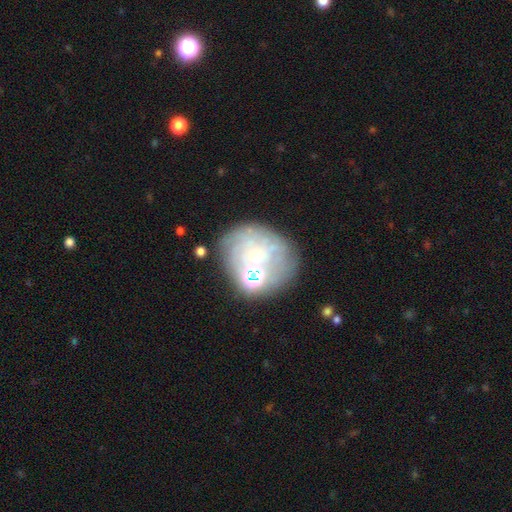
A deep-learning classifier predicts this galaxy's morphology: A featured or disk galaxy (54%) with no bar (86%), no spiral arms (65%) and a small central bulge (49%). Merging: none (56%).